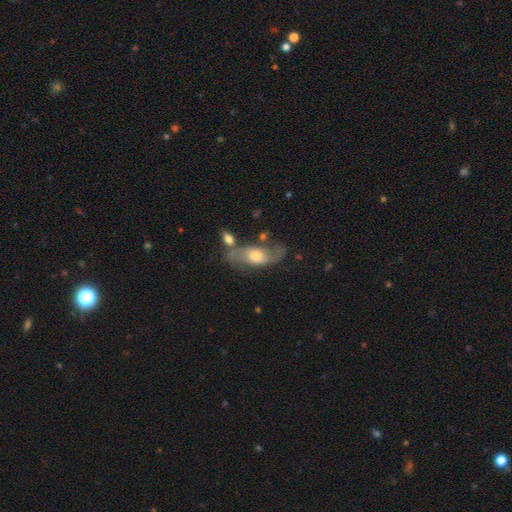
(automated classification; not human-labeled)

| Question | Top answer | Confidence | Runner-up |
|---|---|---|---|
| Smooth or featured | featured or disk | 67% | smooth (26%) |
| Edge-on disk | no | 85% | yes (15%) |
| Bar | no | 66% | weak (27%) |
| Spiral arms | yes | 84% | no (16%) |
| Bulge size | moderate | 59% | large (21%) |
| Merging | none | 56% | minor disturbance (20%) |